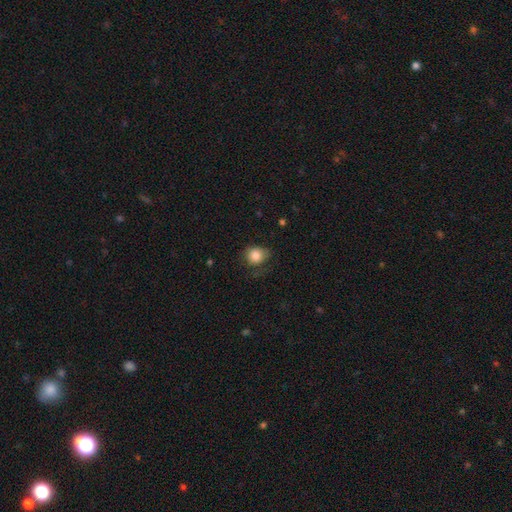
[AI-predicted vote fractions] Q: Smooth or featured?
A: smooth (83%); runner-up: star or artifact (9%)
Q: How rounded?
A: round (69%); runner-up: in between (30%)
Q: Merging?
A: none (58%); runner-up: minor disturbance (28%)